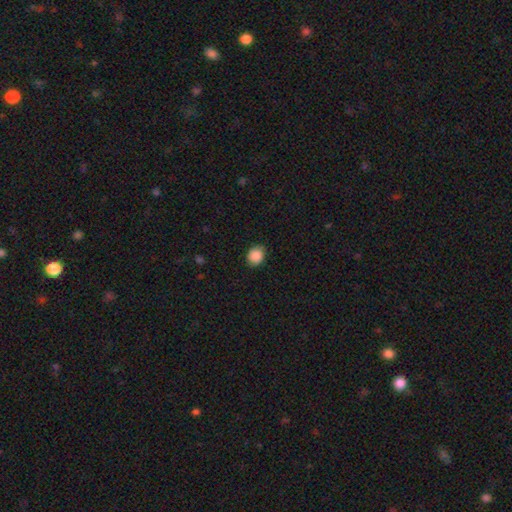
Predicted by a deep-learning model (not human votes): smooth-or-featured: smooth: 89% | star or artifact: 8% | featured or disk: 3%
  how-rounded: round: 66% | in between: 33% | cigar-shaped: 1%
  merging: none: 84% | minor disturbance: 12% | major disturbance: 3% | merger: 1%